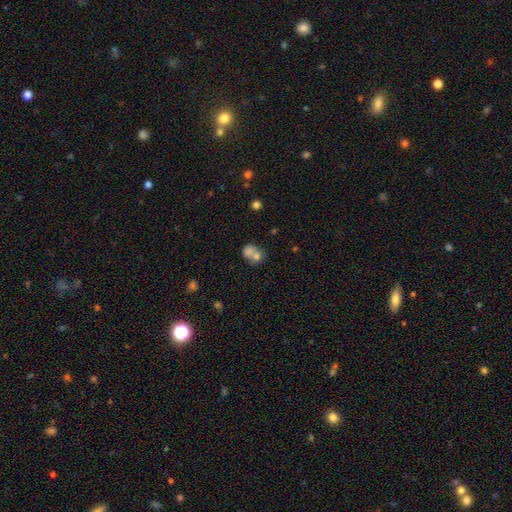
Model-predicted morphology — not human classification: Overall: smooth (70%). How rounded: round (59%; in between 40%). Merging: merger (59%; none 26%).